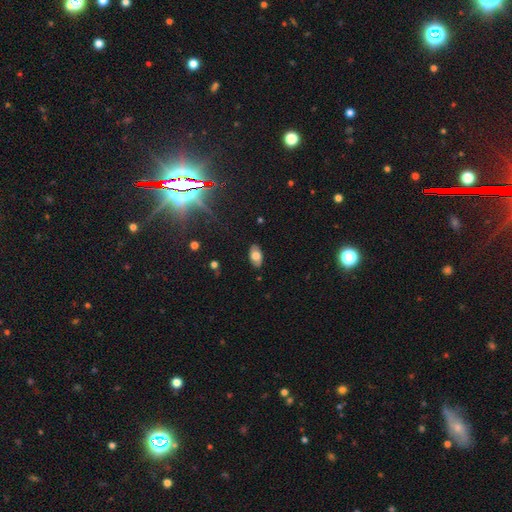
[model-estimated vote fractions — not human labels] smooth 73%, featured or disk 18%, star or artifact 9%. Down the decision tree: how rounded — in between (94%); merging — none (85%).